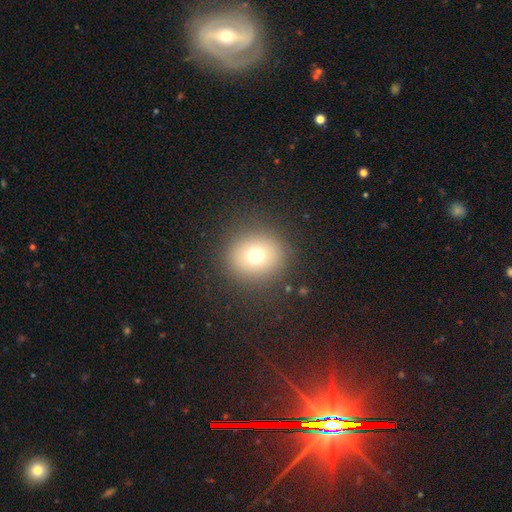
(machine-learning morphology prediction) smooth-or-featured: smooth: 72% | star or artifact: 15% | featured or disk: 13%
  how-rounded: round: 87% | in between: 12% | cigar-shaped: 1%
  merging: none: 88% | minor disturbance: 7% | major disturbance: 4% | merger: 1%